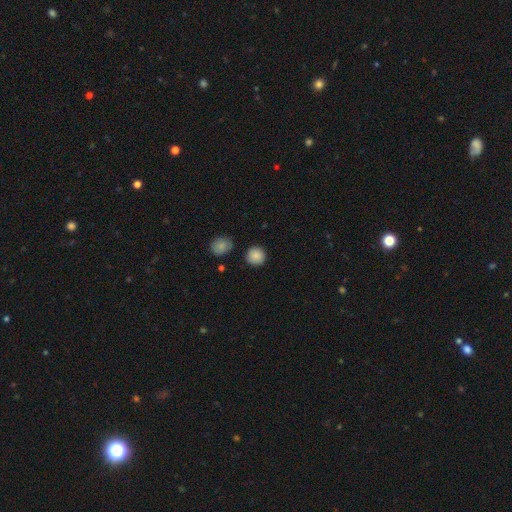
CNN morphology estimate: smooth-or-featured: smooth: 87% | star or artifact: 9% | featured or disk: 4%
  how-rounded: round: 94% | in between: 6% | cigar-shaped: 1%
  merging: none: 87% | minor disturbance: 8% | merger: 3% | major disturbance: 2%